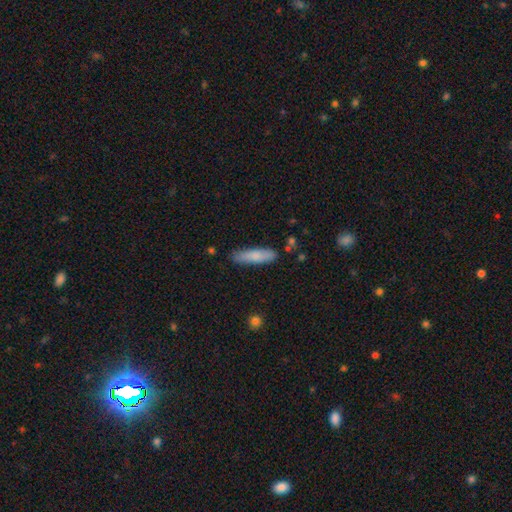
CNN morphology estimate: smooth-or-featured: smooth: 80% | featured or disk: 14% | star or artifact: 6%
  how-rounded: cigar-shaped: 72% | in between: 27% | round: 2%
  merging: none: 84% | minor disturbance: 12% | major disturbance: 2% | merger: 2%